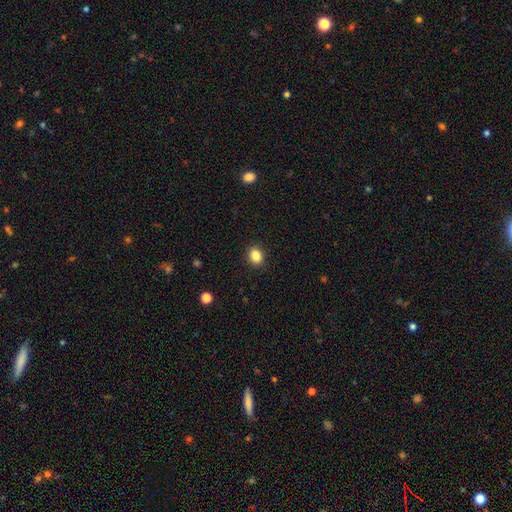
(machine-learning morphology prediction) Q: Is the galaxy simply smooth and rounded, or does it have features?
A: smooth — 85%.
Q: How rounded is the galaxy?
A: round — 56%.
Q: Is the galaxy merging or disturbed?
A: none — 90%.